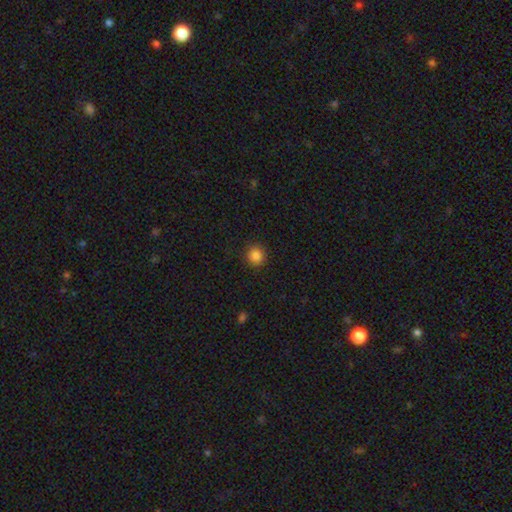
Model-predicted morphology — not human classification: Overall: smooth (86%). How rounded: round (92%). Merging: none (91%).